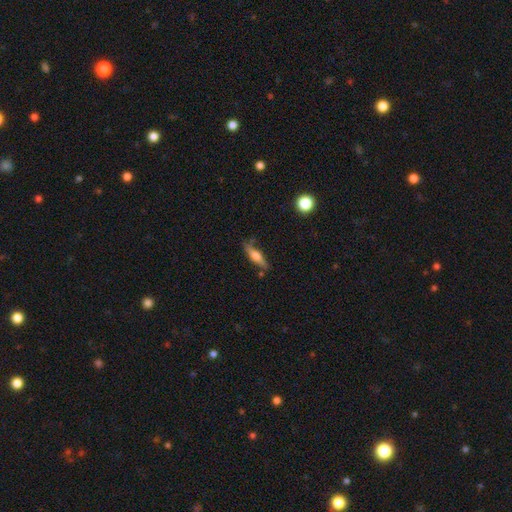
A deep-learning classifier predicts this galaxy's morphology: Q: Smooth or featured?
A: featured or disk (49%); runner-up: smooth (44%)
Q: Merging?
A: none (72%); runner-up: minor disturbance (20%)